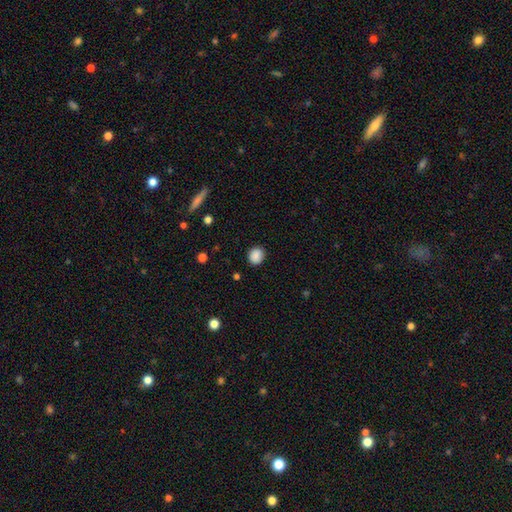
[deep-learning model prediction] smooth-or-featured: smooth: 88% | star or artifact: 9% | featured or disk: 4%
  how-rounded: round: 71% | in between: 28% | cigar-shaped: 1%
  merging: none: 87% | minor disturbance: 9% | major disturbance: 3% | merger: 1%